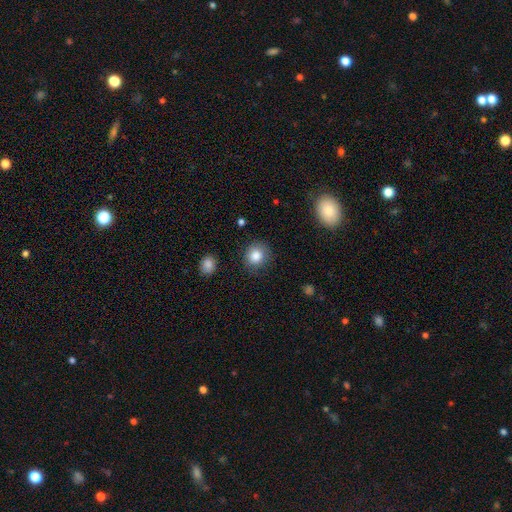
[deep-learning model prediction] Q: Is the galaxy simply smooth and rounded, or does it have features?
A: smooth — 85%.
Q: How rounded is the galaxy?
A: round — 84%.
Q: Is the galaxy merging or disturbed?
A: none — 85%.